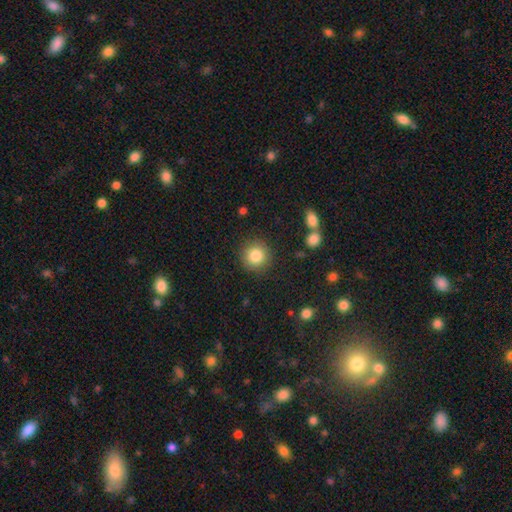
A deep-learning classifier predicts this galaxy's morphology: The model was most divided on "smooth or featured": smooth: 84%, star or artifact: 9%, featured or disk: 7%. More confident: how rounded — round (93%); merging — none (88%).